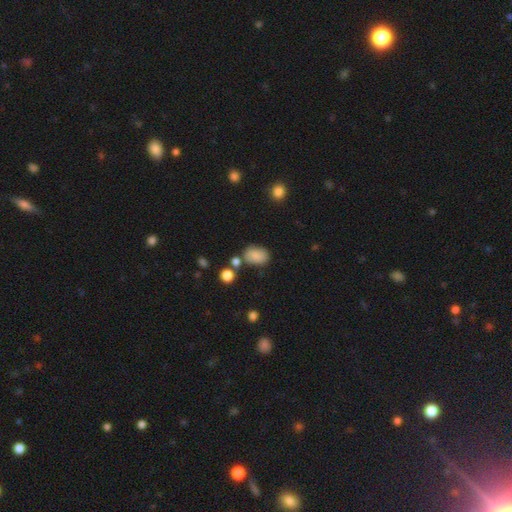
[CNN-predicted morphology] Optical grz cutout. It shows a smooth galaxy with no disk features (83%) that is in between round and cigar-shaped (77%). Merging: none (65%).